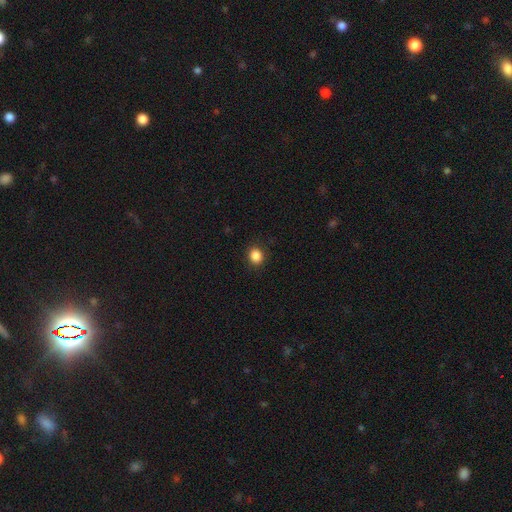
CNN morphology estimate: Overall: smooth (87%). How rounded: round (78%). Merging: none (90%).